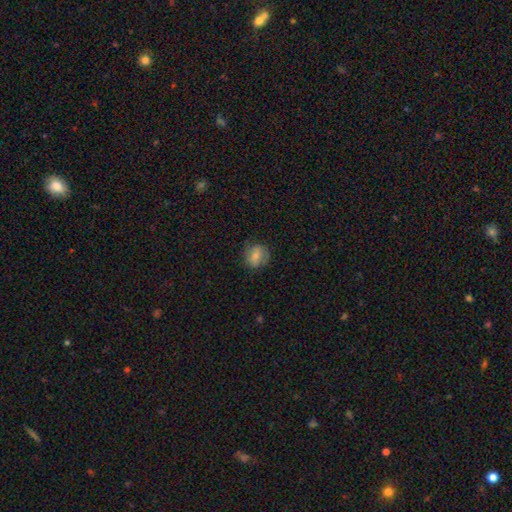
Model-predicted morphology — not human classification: This is likely a smooth galaxy (74%). How rounded: likely round (72%). Merging: likely none (75%).